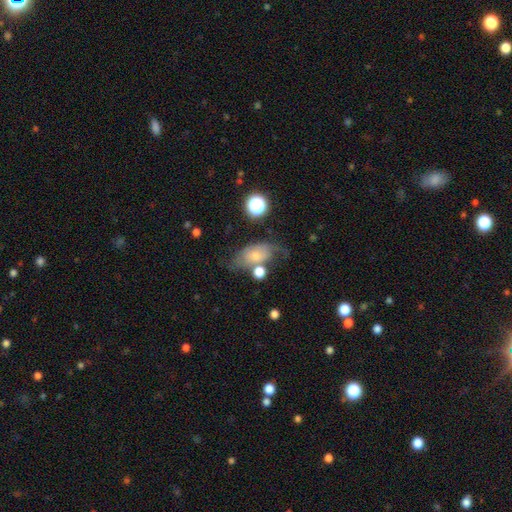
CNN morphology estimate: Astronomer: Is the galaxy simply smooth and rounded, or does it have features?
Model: smooth — 58%.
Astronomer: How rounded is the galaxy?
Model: in between — 80%.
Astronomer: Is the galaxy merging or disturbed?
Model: none — 39% (runner-up: minor disturbance, 26%).